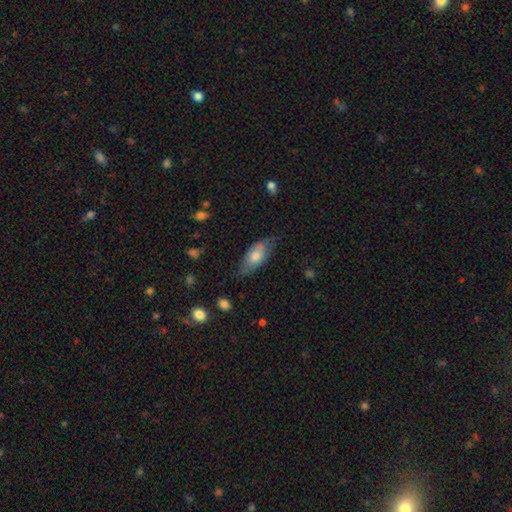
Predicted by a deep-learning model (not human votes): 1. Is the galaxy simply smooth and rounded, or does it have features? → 67% smooth, 27% featured or disk, 6% star or artifact.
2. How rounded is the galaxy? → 81% in between, 17% cigar-shaped, 3% round.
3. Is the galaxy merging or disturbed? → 66% none, 26% minor disturbance, 6% major disturbance, 2% merger.